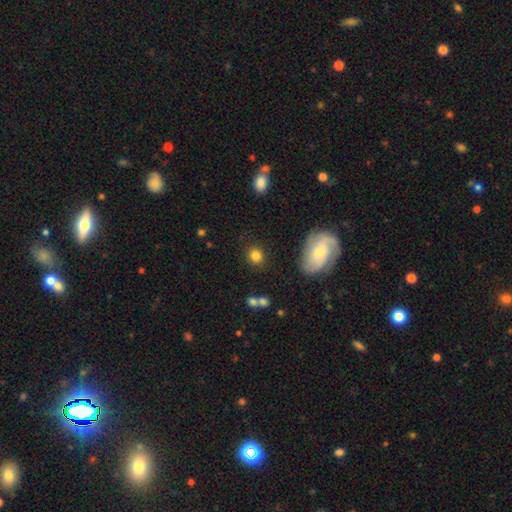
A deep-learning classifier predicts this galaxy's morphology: smooth_or_featured: smooth (p=0.83) [alt: star or artifact p=0.10]
how_rounded: round (p=0.79) [alt: in between p=0.20]
merging: none (p=0.85) [alt: minor disturbance p=0.09]